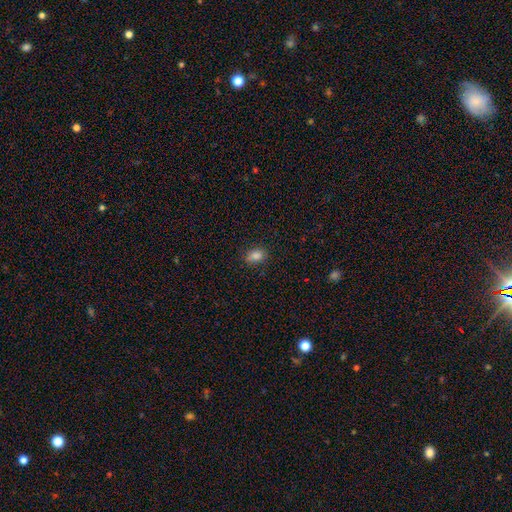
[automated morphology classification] Overall: smooth (83%). How rounded: in between (71%). Merging: none (81%).